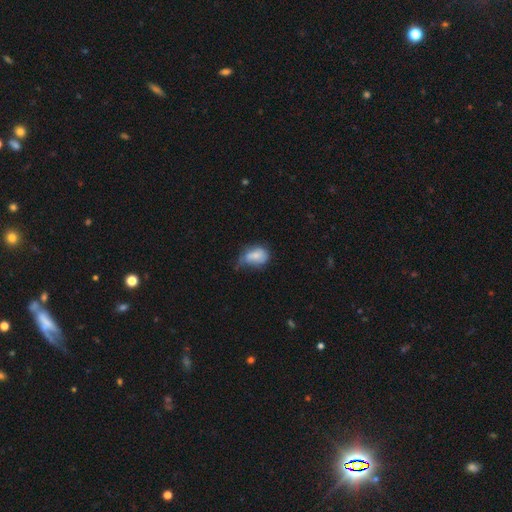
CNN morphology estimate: Smooth or featured? smooth (72%)
How rounded? in between (80%)
Merging? minor disturbance (45%)